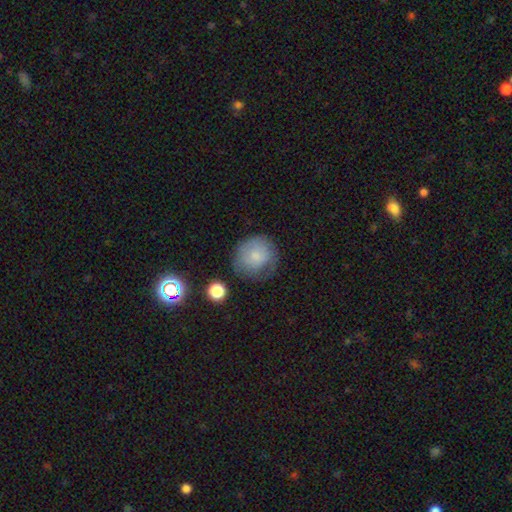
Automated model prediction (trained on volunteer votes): smooth 73%, featured or disk 18%, star or artifact 9%. Down the decision tree: how rounded — round (84%); merging — none (57%).